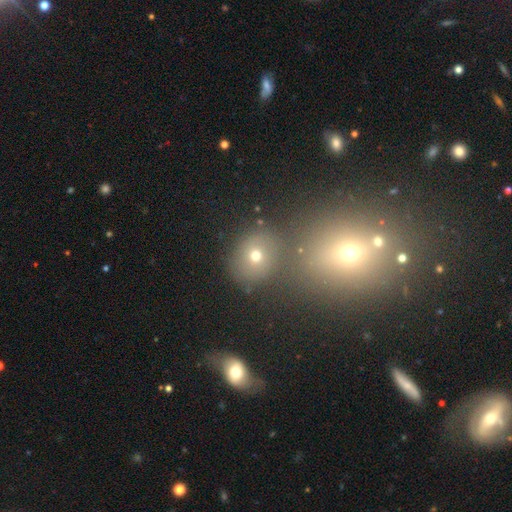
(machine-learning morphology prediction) A smooth galaxy with no disk features (66%) that is round (77%). Merging: none (68%).